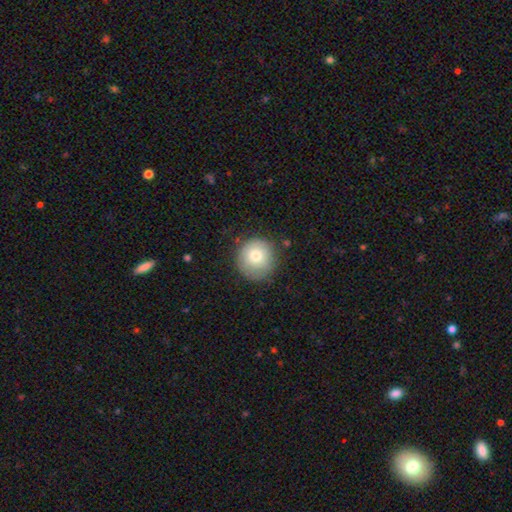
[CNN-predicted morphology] Smooth or featured?
  - smooth: 77% *
  - featured or disk: 14%
  - star or artifact: 9%
How rounded?
  - round: 94% *
  - in between: 5%
  - cigar-shaped: 1%
Merging?
  - none: 80% *
  - minor disturbance: 14%
  - major disturbance: 4%
  - merger: 2%